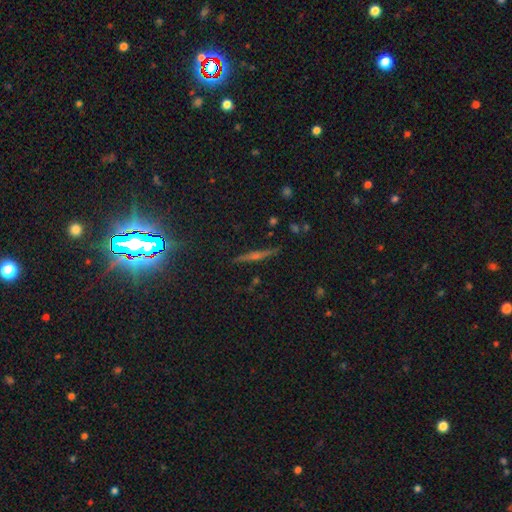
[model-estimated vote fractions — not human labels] featured or disk 62%, star or artifact 20%, smooth 17%. Down the decision tree: edge-on disk — yes (96%); edge-on bulge — rounded (81%); merging — none (89%).